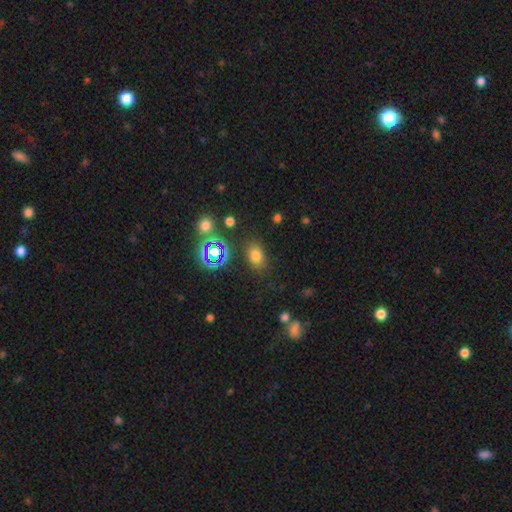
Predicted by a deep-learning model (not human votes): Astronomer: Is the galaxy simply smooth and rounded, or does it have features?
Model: smooth — 69%.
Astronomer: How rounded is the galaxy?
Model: in between — 75%.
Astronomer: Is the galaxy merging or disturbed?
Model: none — 79%.